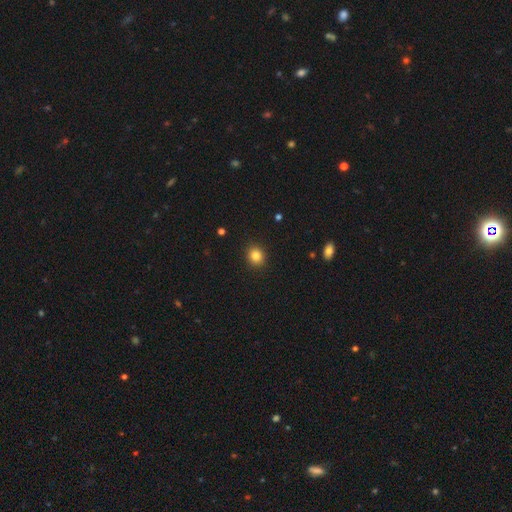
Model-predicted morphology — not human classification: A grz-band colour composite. It shows a smooth galaxy with no disk features (84%) that is round (82%). Merging: none (91%).